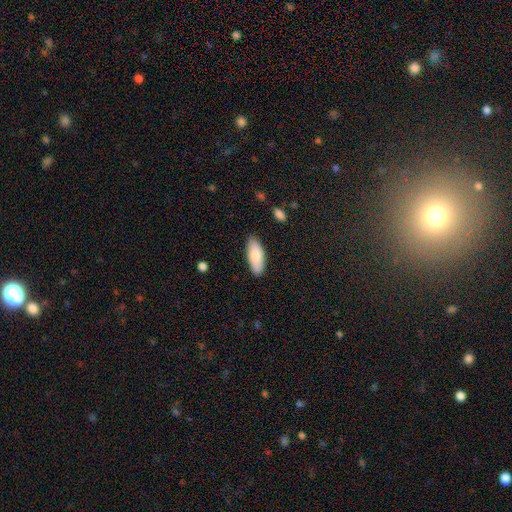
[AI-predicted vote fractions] smooth 85%, featured or disk 10%, star or artifact 6%. Down the decision tree: how rounded — in between (79%); merging — none (85%).